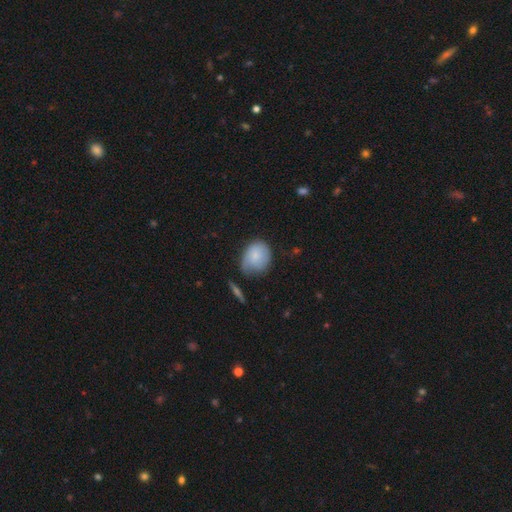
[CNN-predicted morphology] Smooth or featured?
  - smooth: 78% *
  - featured or disk: 16%
  - star or artifact: 7%
How rounded?
  - in between: 50% *
  - round: 49%
  - cigar-shaped: 1%
Merging?
  - none: 50% *
  - minor disturbance: 35%
  - major disturbance: 11%
  - merger: 4%